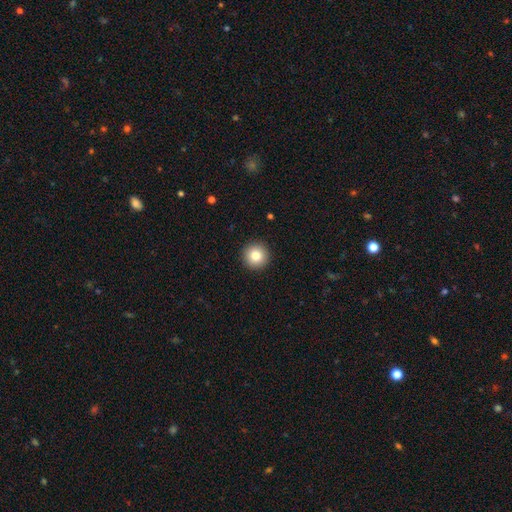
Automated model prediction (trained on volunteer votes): Overall: smooth (82%). How rounded: round (96%). Merging: none (93%).